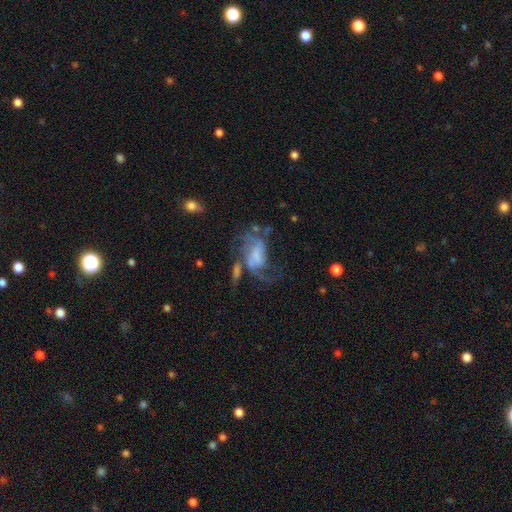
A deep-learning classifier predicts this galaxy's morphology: smooth-or-featured: featured or disk: 71% | smooth: 20% | star or artifact: 10%
  disk-edge-on: no: 97% | yes: 3%
    bar: no: 44% | weak: 41% | strong: 15%
    has-spiral-arms: yes: 80% | no: 20%
      spiral-winding: loose: 48% | medium: 38% | tight: 13%
      spiral-arm-count: 2: 45% | can't tell: 22% | 1: 15% | 3: 11% | 4: 4% | more than 4: 3%
    bulge-size: none: 32% | small: 30% | moderate: 23% | large: 12% | dominant: 3%
  merging: major disturbance: 43% | none: 26% | minor disturbance: 16% | merger: 15%